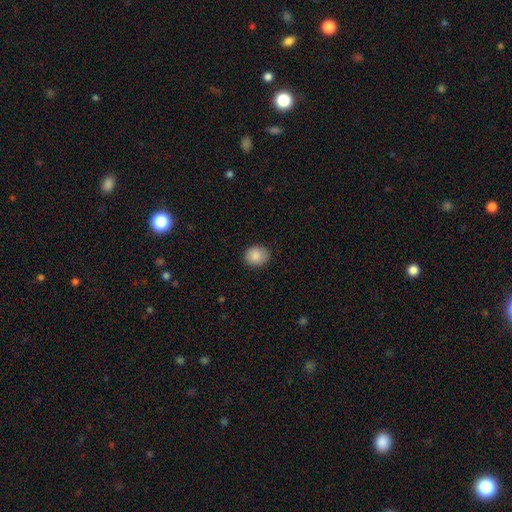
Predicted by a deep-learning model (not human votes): Smooth or featured? smooth (88%)
How rounded? round (71%)
Merging? none (87%)